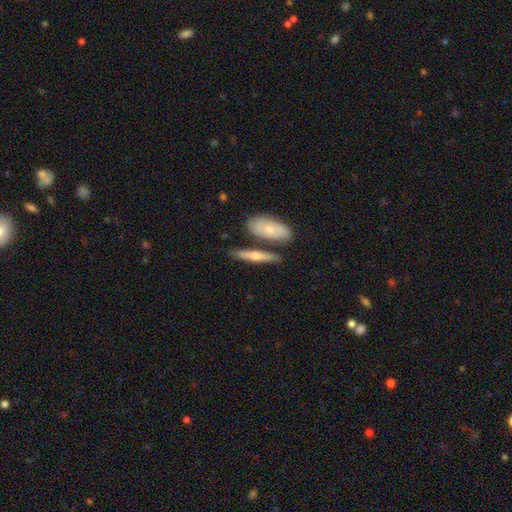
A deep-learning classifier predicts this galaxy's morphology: Smooth or featured: smooth — 48% (featured or disk — 46%)
Merging: none — 68% (merger — 15%)